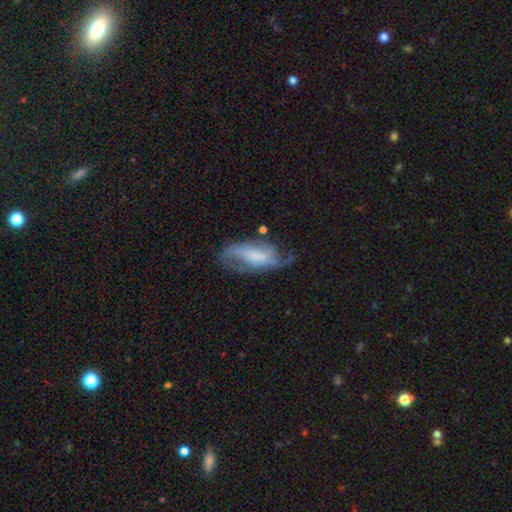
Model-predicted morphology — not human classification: Smooth or featured: featured or disk — 71% (smooth — 21%)
Edge-on disk: no — 92% (yes — 8%)
Bar: no — 40% (weak — 39%)
Spiral arms: yes — 89% (no — 11%)
Spiral winding: loose — 49% (medium — 37%)
Spiral arm count: 2 — 70% (can't tell — 12%)
Bulge size: none — 34% (moderate — 23%)
Merging: none — 47% (minor disturbance — 25%)